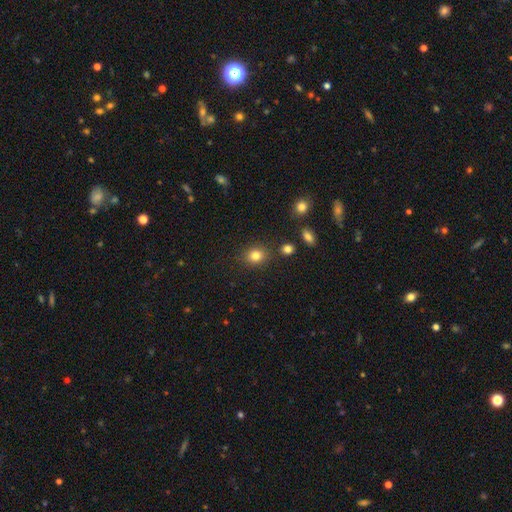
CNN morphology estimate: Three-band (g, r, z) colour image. It shows a smooth galaxy with no disk features (82%) that is round (70%). Merging: none (84%).